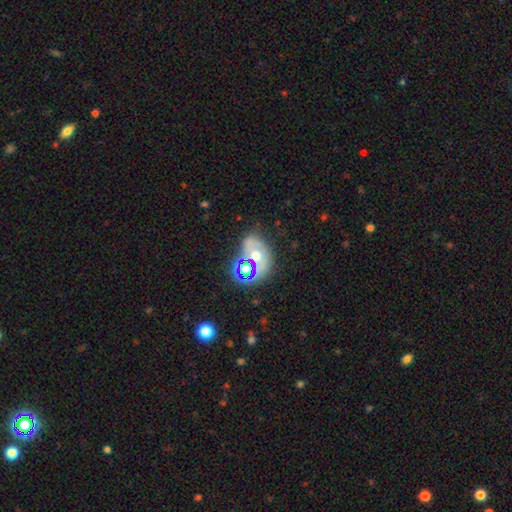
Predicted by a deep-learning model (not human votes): Overall: smooth (40%; featured or disk 37%). Merging: none (55%; merger 18%).